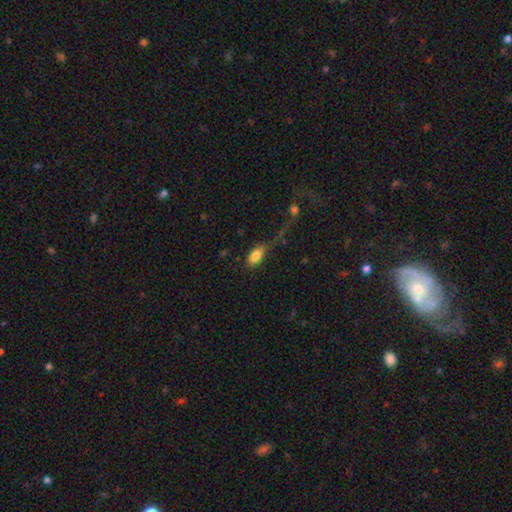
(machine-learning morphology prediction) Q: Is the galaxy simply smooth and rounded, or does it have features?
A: smooth — 83%.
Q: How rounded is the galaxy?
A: in between — 90%.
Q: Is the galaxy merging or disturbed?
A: none — 54%.